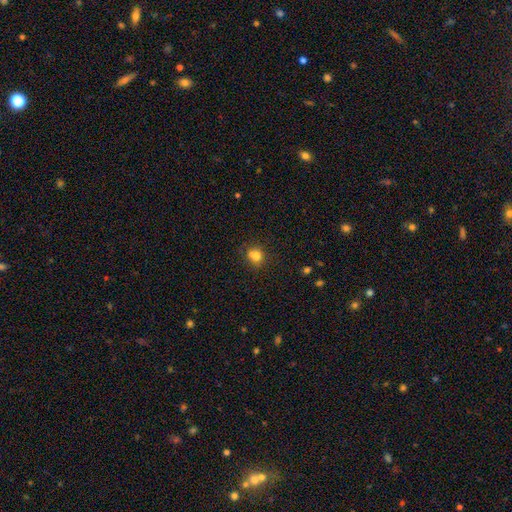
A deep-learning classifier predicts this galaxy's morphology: smooth-or-featured: smooth: 76% | star or artifact: 14% | featured or disk: 10%
  how-rounded: round: 69% | in between: 29% | cigar-shaped: 1%
  merging: none: 52% | merger: 25% | minor disturbance: 17% | major disturbance: 6%